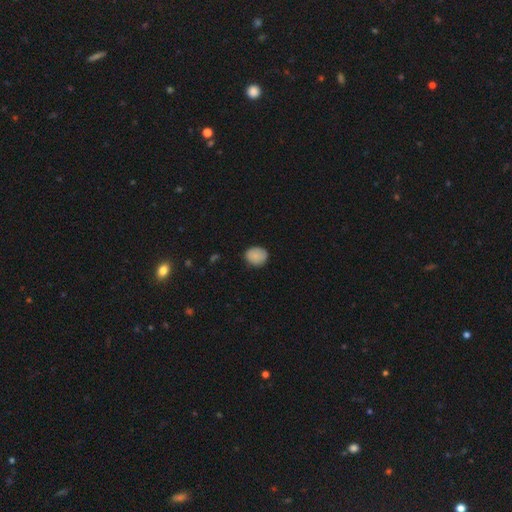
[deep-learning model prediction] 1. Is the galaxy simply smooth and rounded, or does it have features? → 85% smooth, 8% star or artifact, 7% featured or disk.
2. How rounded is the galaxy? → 69% round, 30% in between, 1% cigar-shaped.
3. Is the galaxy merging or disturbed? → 79% none, 18% minor disturbance, 3% major disturbance, 1% merger.